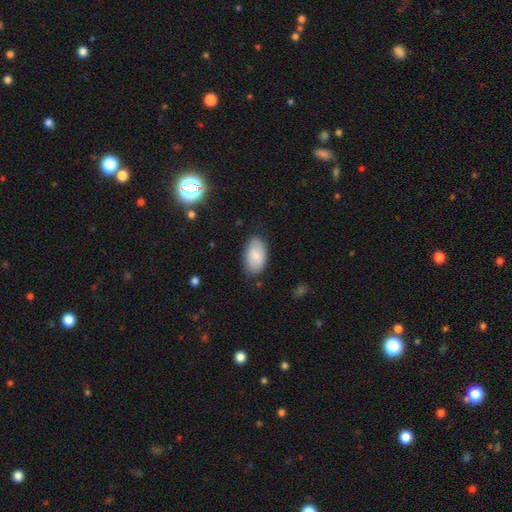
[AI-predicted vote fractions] smooth-or-featured: smooth: 80% | featured or disk: 14% | star or artifact: 6%
  how-rounded: in between: 95% | round: 3% | cigar-shaped: 2%
  merging: none: 81% | minor disturbance: 15% | major disturbance: 3% | merger: 1%